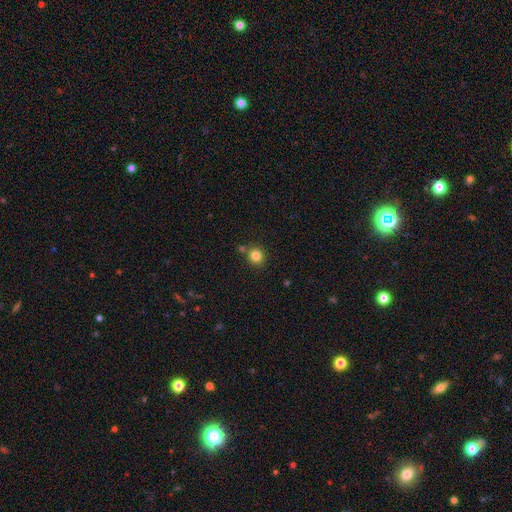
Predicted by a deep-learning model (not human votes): Smooth or featured: smooth — 82% (star or artifact — 12%)
How rounded: round — 90% (in between — 9%)
Merging: none — 78% (merger — 10%)